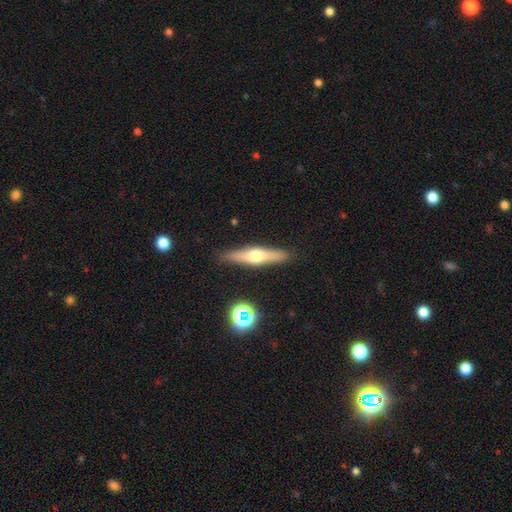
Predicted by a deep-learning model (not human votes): Morphology: type=featured or disk (59%); edge-on=yes (95%); edge-on bulge=rounded (92%); merging=none (89%).